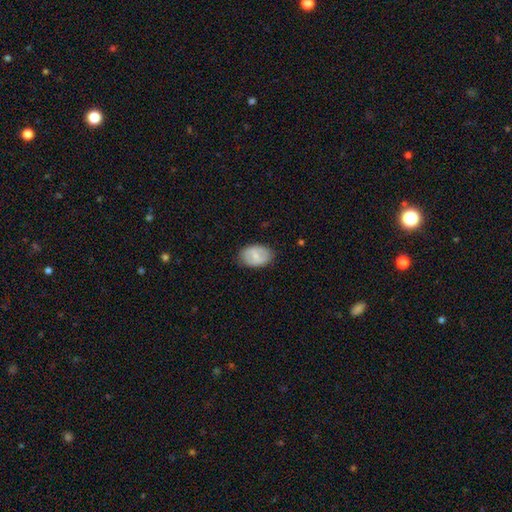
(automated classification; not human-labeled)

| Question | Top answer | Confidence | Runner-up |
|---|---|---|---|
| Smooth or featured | smooth | 60% | featured or disk (34%) |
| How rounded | in between | 84% | round (14%) |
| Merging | none | 83% | minor disturbance (13%) |